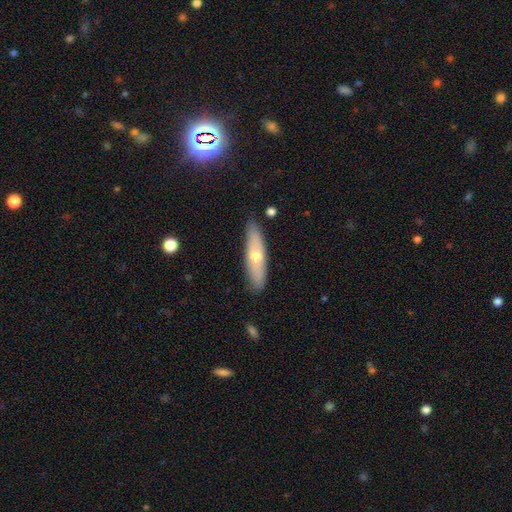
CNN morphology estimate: This appears to be a smooth galaxy with no disk features (53%) that is cigar-shaped (68%). Merging: none (85%).